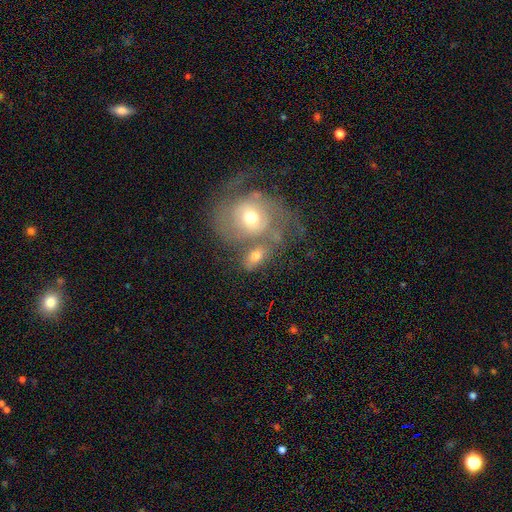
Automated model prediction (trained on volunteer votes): smooth-or-featured: smooth: 60% | featured or disk: 31% | star or artifact: 9%
  how-rounded: in between: 72% | round: 25% | cigar-shaped: 3%
  merging: merger: 44% | none: 34% | minor disturbance: 13% | major disturbance: 9%